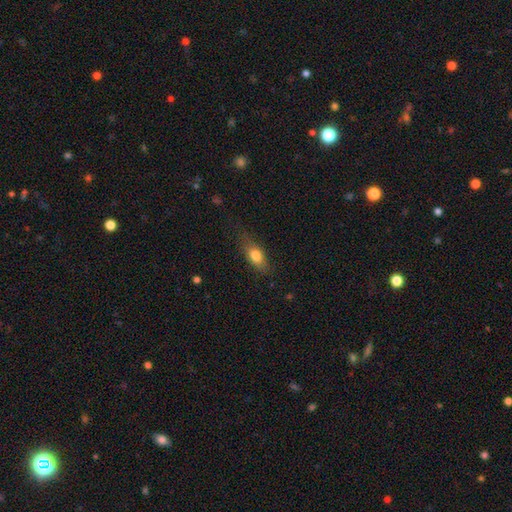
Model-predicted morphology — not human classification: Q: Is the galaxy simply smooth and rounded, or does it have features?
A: smooth — 77%.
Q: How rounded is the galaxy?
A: in between — 76%.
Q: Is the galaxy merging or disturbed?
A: none — 70%.